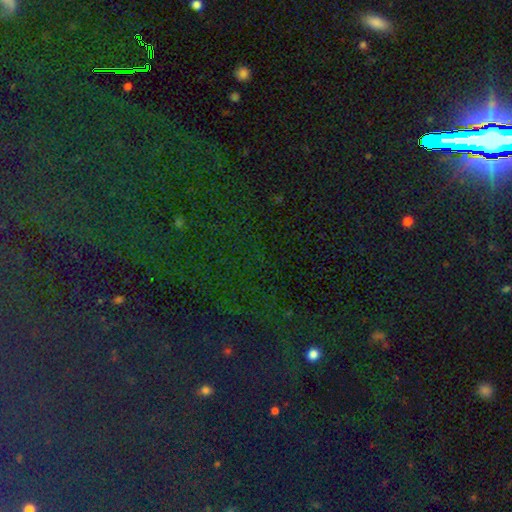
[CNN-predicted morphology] A star or artifact, not a galaxy (83%).